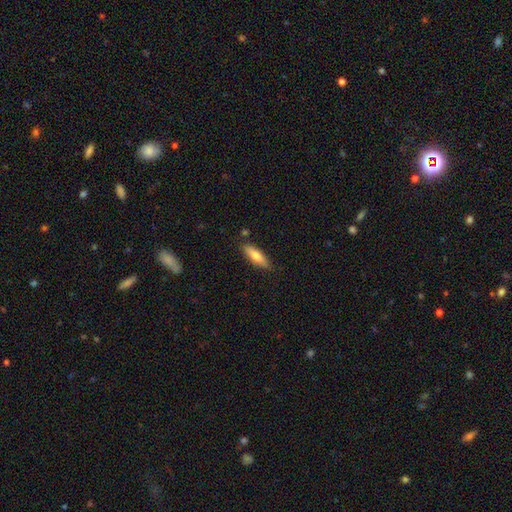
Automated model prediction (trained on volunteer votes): smooth 70%, featured or disk 24%, star or artifact 6%. Down the decision tree: how rounded — cigar-shaped (51%); merging — none (83%).